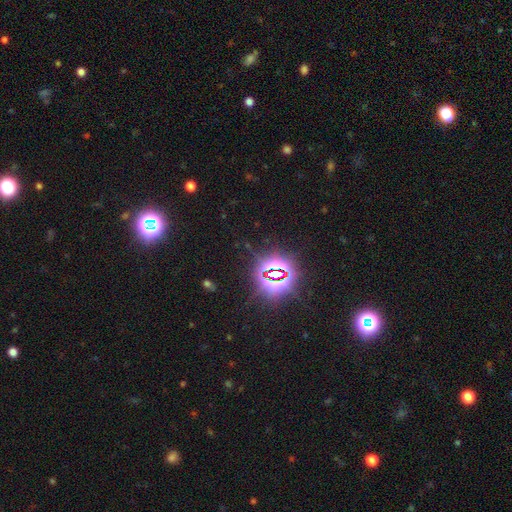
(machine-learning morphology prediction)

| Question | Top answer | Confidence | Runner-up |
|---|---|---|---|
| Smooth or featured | star or artifact | 79% | smooth (14%) |